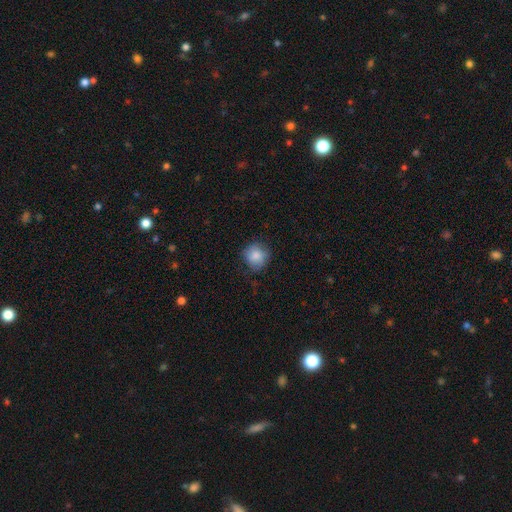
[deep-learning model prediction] The model was most divided on "merging": none: 78%, minor disturbance: 17%, major disturbance: 4%, merger: 1%. More confident: how rounded — round (89%); smooth or featured — smooth (86%).